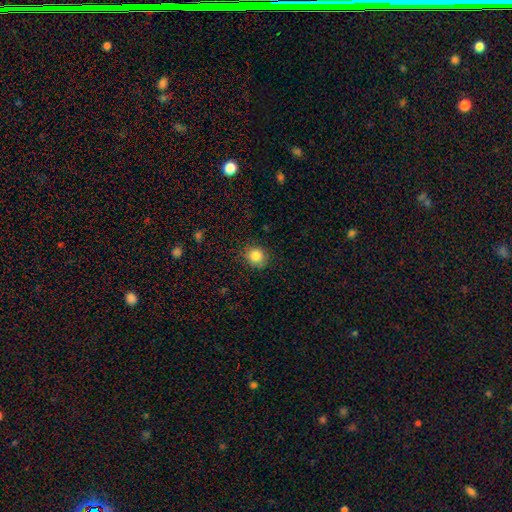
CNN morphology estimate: A smooth galaxy with no disk features (85%) that is round (82%). Merging: none (85%).